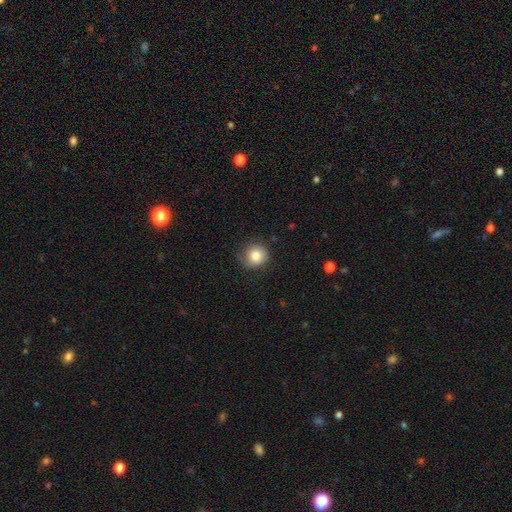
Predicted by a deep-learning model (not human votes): The model was most divided on "merging": none: 77%, minor disturbance: 17%, major disturbance: 5%, merger: 1%. More confident: how rounded — round (91%); smooth or featured — smooth (81%).